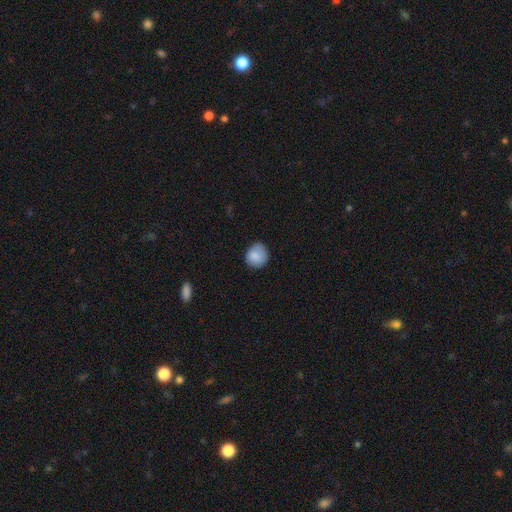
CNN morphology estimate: Overall: smooth (86%). How rounded: round (84%). Merging: none (75%).